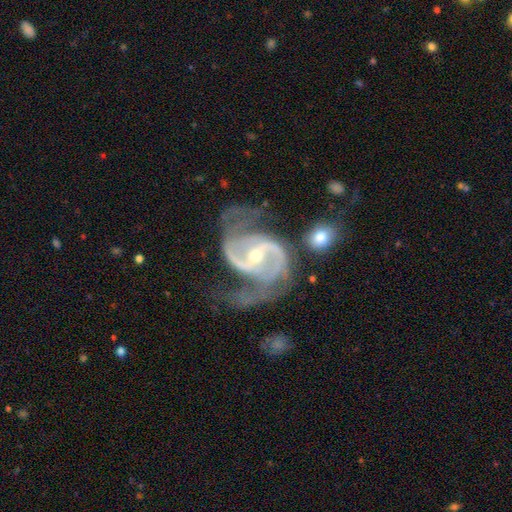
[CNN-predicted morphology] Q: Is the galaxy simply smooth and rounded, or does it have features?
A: featured or disk — 93%.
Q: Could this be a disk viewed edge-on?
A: no — 98%.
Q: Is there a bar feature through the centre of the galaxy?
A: strong — 45%.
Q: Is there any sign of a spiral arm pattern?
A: yes — 98%.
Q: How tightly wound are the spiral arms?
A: medium — 56%.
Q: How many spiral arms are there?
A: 2 — 87%.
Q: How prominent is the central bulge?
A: small — 59%.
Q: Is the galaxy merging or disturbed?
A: none — 48%.